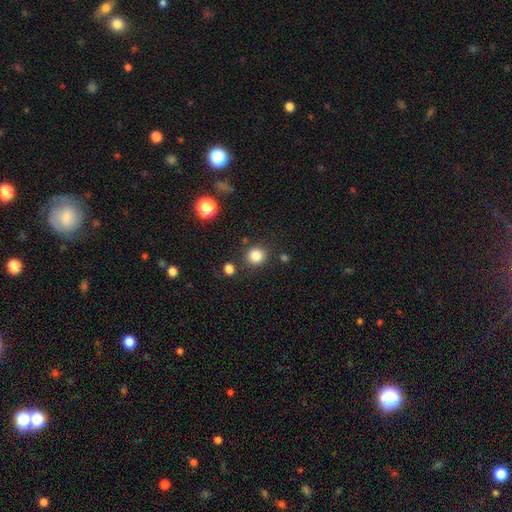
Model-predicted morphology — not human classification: smooth-or-featured: smooth: 84% | star or artifact: 12% | featured or disk: 4%
  how-rounded: round: 90% | in between: 9% | cigar-shaped: 1%
  merging: none: 86% | minor disturbance: 8% | merger: 4% | major disturbance: 3%